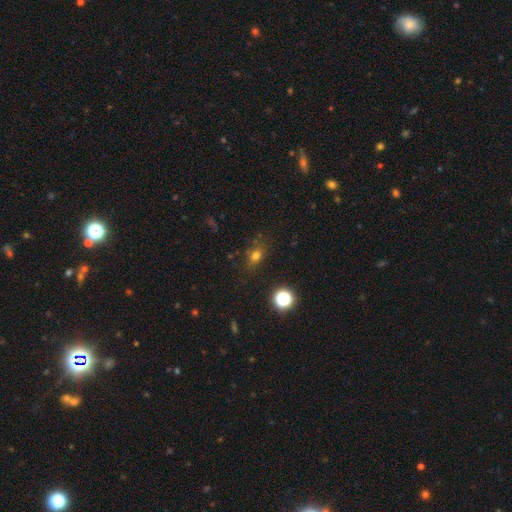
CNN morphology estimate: Smooth or featured? Predicted: smooth (p=0.70). How rounded? Predicted: in between (p=0.56). Merging? Predicted: none (p=0.74).